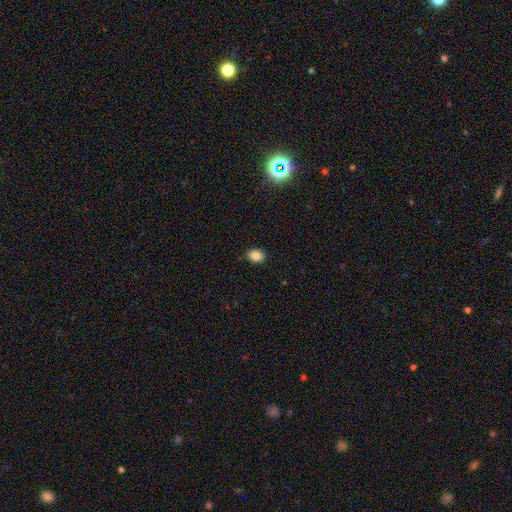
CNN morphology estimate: A smooth galaxy with no disk features (86%) that is in between round and cigar-shaped (59%). Merging: none (88%).